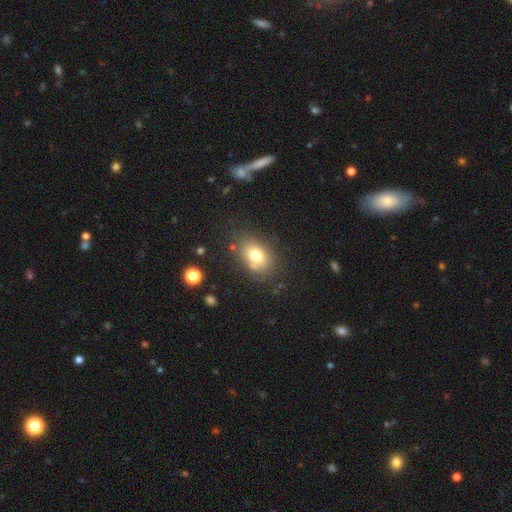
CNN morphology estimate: A smooth galaxy with no disk features (75%) that is in between round and cigar-shaped (72%).

Vote fractions:
- Smooth or featured? smooth: 75% / featured or disk: 14% / star or artifact: 11%
- How rounded? in between: 72% / round: 26% / cigar-shaped: 1%
- Merging? none: 72% / minor disturbance: 16% / merger: 6% / major disturbance: 6%